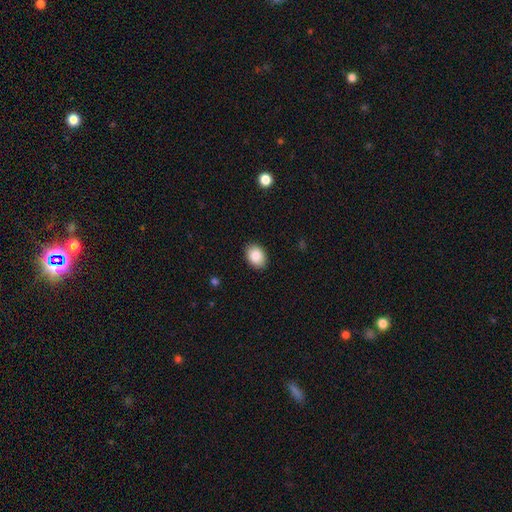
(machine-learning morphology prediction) smooth-or-featured: smooth: 87% | star or artifact: 8% | featured or disk: 6%
  how-rounded: in between: 72% | round: 28% | cigar-shaped: 1%
  merging: none: 89% | minor disturbance: 8% | major disturbance: 2% | merger: 1%